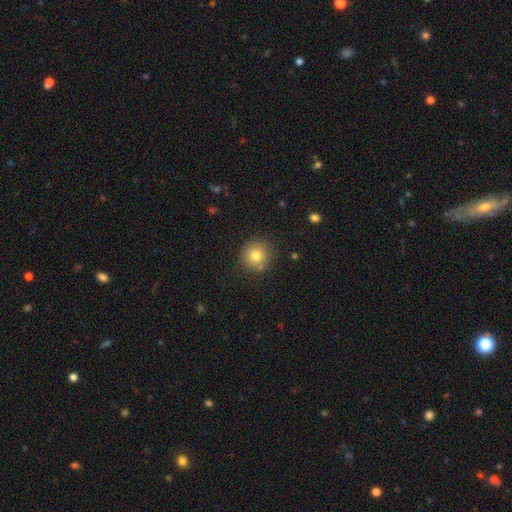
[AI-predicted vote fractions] This is likely a smooth galaxy (79%). How rounded: clearly round (93%). Merging: clearly none (83%).